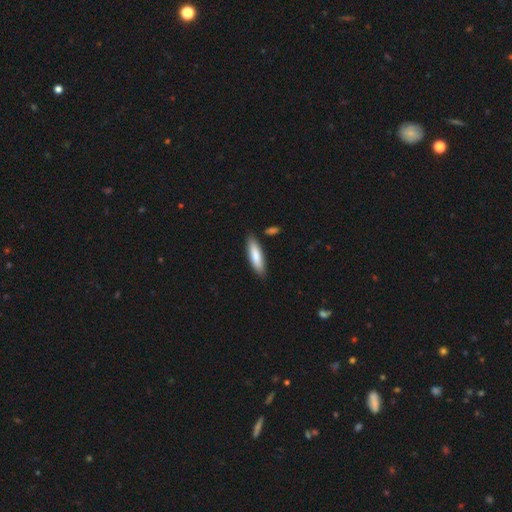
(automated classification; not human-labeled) A smooth galaxy with no disk features (81%) that is cigar-shaped (61%). Merging: none (84%).